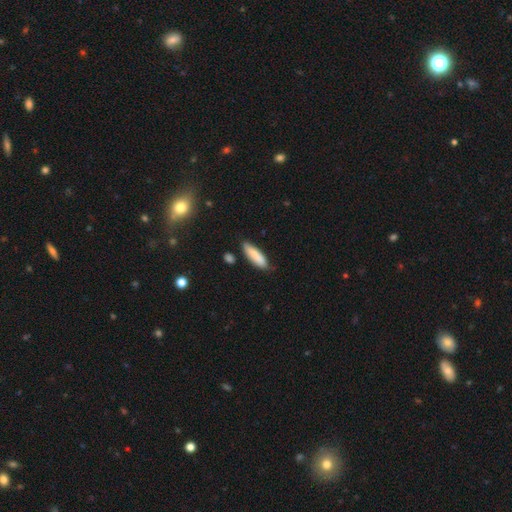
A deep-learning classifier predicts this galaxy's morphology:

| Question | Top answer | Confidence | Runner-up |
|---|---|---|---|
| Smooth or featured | smooth | 82% | featured or disk (12%) |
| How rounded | cigar-shaped | 55% | in between (43%) |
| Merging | none | 78% | minor disturbance (17%) |